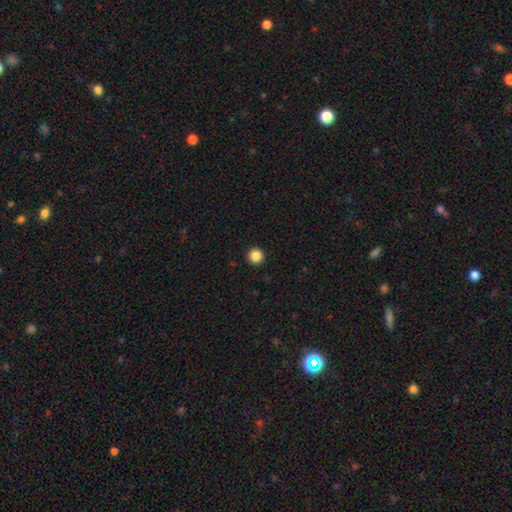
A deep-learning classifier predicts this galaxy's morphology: Smooth or featured?
  - smooth: 87% *
  - star or artifact: 10%
  - featured or disk: 3%
How rounded?
  - round: 96% *
  - in between: 3%
  - cigar-shaped: 1%
Merging?
  - none: 94% *
  - minor disturbance: 4%
  - major disturbance: 1%
  - merger: 1%